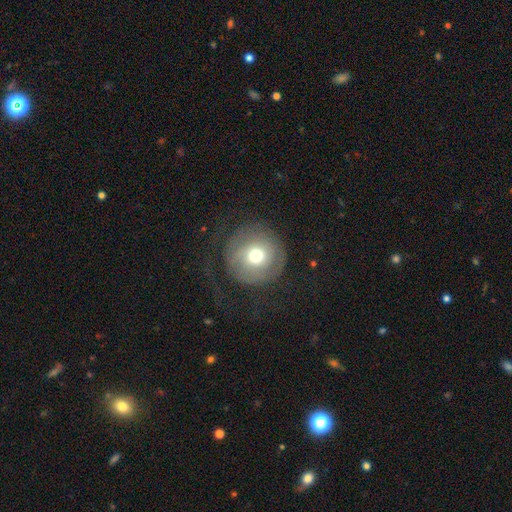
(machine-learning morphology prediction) Q: Smooth or featured?
A: smooth (56%); runner-up: featured or disk (35%)
Q: How rounded?
A: round (93%); runner-up: in between (6%)
Q: Merging?
A: none (60%); runner-up: major disturbance (24%)